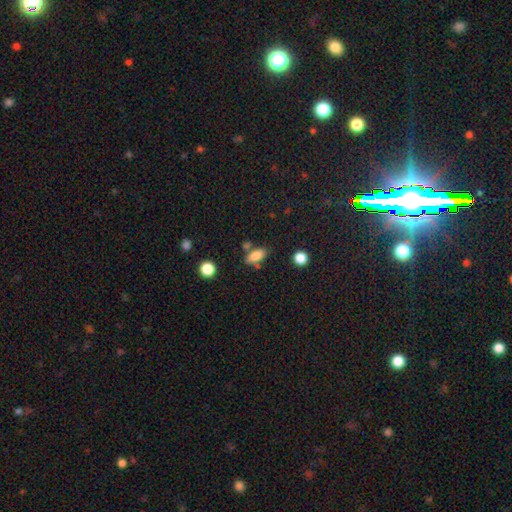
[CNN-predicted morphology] The model was most divided on "merging": none: 67%, minor disturbance: 16%, merger: 12%, major disturbance: 5%. More confident: smooth or featured — smooth (83%); how rounded — in between (82%).